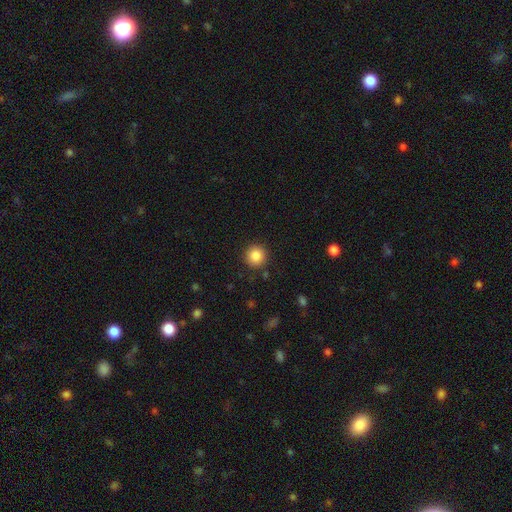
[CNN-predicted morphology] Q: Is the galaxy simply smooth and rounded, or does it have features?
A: smooth — 86%.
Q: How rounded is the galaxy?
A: round — 94%.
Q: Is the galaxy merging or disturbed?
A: none — 90%.